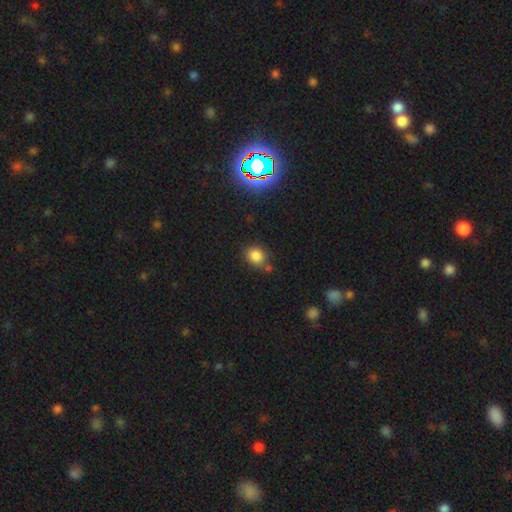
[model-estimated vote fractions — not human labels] Smooth or featured?
  - smooth: 83% *
  - star or artifact: 12%
  - featured or disk: 5%
How rounded?
  - round: 65% *
  - in between: 34%
  - cigar-shaped: 1%
Merging?
  - none: 69% *
  - minor disturbance: 16%
  - merger: 11%
  - major disturbance: 4%